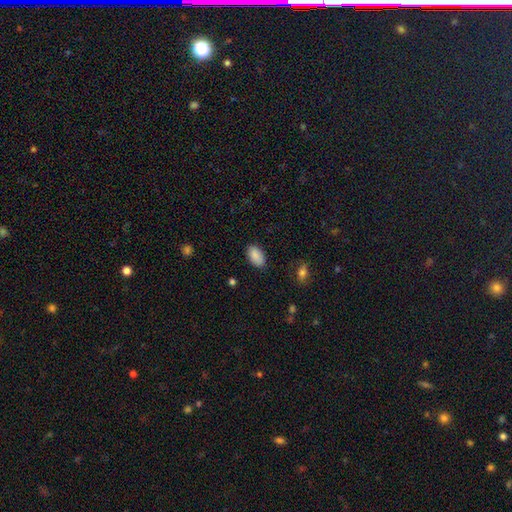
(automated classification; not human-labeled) A smooth galaxy with no disk features (89%) that is in between round and cigar-shaped (94%).

Vote fractions:
- Smooth or featured? smooth: 89% / star or artifact: 7% / featured or disk: 4%
- How rounded? in between: 94% / round: 5% / cigar-shaped: 2%
- Merging? none: 85% / minor disturbance: 11% / major disturbance: 3% / merger: 1%